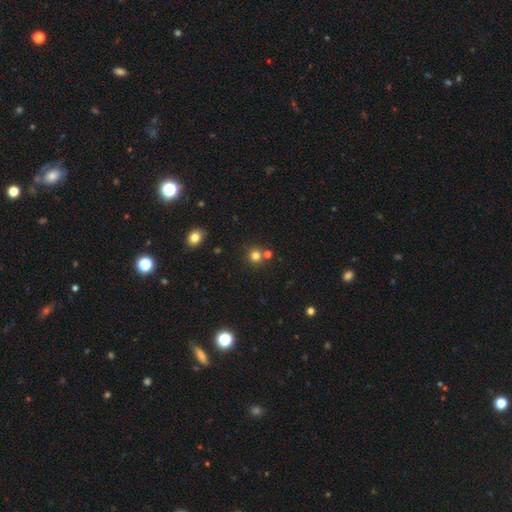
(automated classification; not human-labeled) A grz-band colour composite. It shows a smooth galaxy with no disk features (77%) that is round (91%). Merging: none (72%).